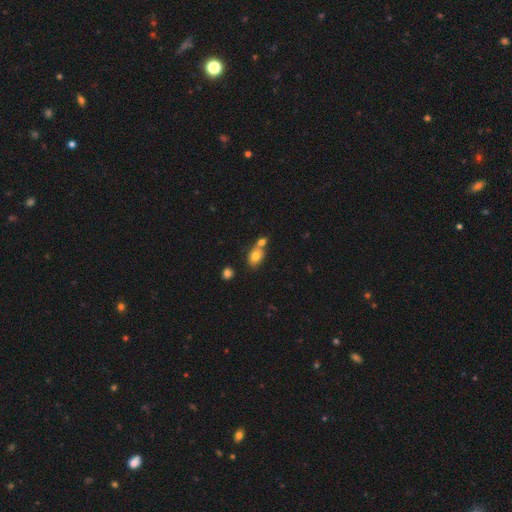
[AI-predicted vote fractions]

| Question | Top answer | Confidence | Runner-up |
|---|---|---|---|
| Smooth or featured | smooth | 78% | featured or disk (12%) |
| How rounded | in between | 75% | round (23%) |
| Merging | merger | 46% | none (40%) |